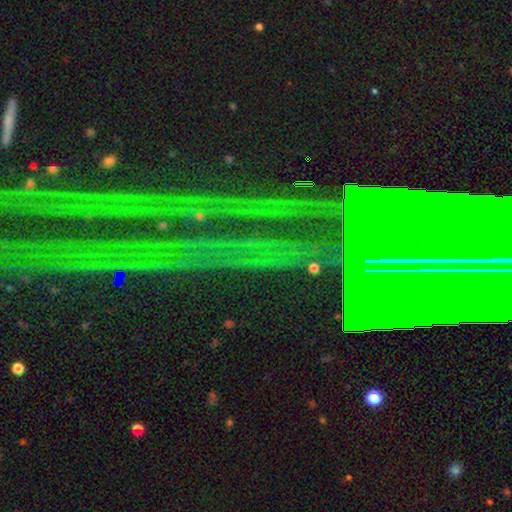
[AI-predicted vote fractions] smooth-or-featured: star or artifact: 78% | featured or disk: 14% | smooth: 9%